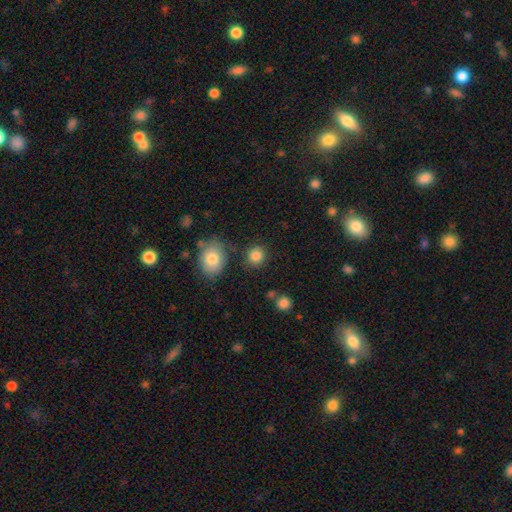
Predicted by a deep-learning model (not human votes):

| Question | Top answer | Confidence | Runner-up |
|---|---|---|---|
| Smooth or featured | smooth | 85% | star or artifact (10%) |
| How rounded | round | 85% | in between (14%) |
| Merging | none | 84% | minor disturbance (8%) |